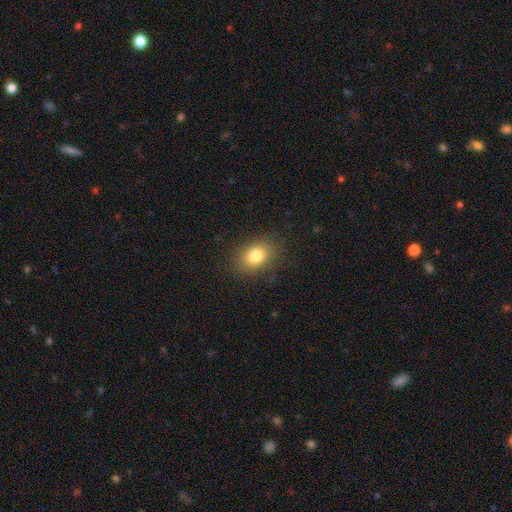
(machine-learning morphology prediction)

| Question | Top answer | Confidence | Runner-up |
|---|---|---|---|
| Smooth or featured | smooth | 80% | star or artifact (10%) |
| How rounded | in between | 71% | round (27%) |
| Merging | none | 85% | minor disturbance (10%) |